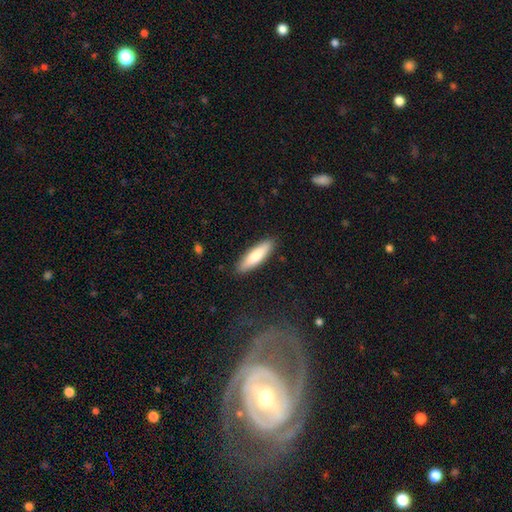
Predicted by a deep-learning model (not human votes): smooth 80%, featured or disk 15%, star or artifact 5%. Down the decision tree: how rounded — cigar-shaped (64%); merging — none (89%).